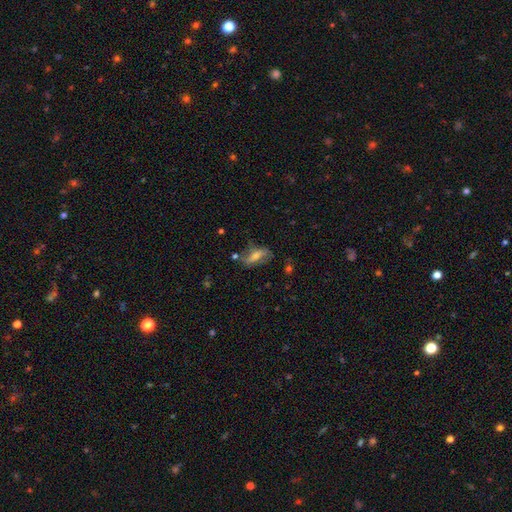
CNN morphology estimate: Overall: featured or disk (54%; smooth 35%). Edge-on disk: no (79%). Merging: none (61%; minor disturbance 23%).